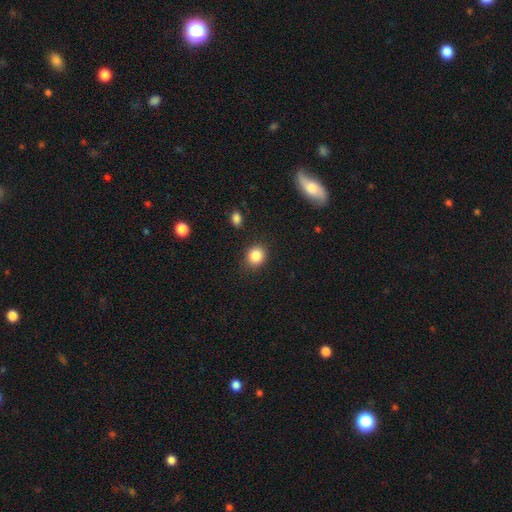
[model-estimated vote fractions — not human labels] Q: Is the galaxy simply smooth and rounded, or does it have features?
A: smooth — 85%.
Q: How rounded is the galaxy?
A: round — 77%.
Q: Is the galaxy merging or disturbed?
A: none — 86%.